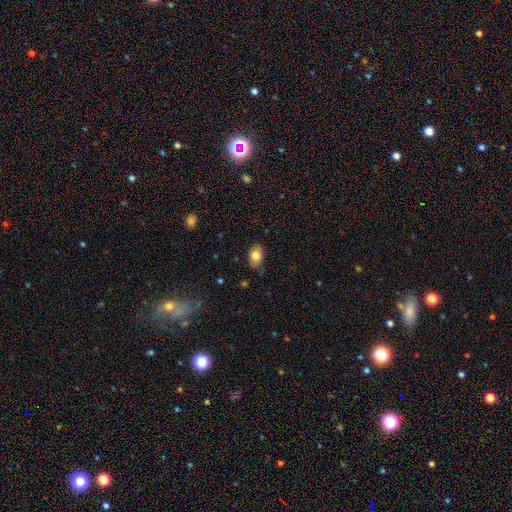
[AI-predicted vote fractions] A smooth galaxy with no disk features (80%) that is in between round and cigar-shaped (86%).

Vote fractions:
- Smooth or featured? smooth: 80% / featured or disk: 13% / star or artifact: 8%
- How rounded? in between: 86% / round: 13% / cigar-shaped: 1%
- Merging? none: 82% / minor disturbance: 14% / major disturbance: 3% / merger: 1%